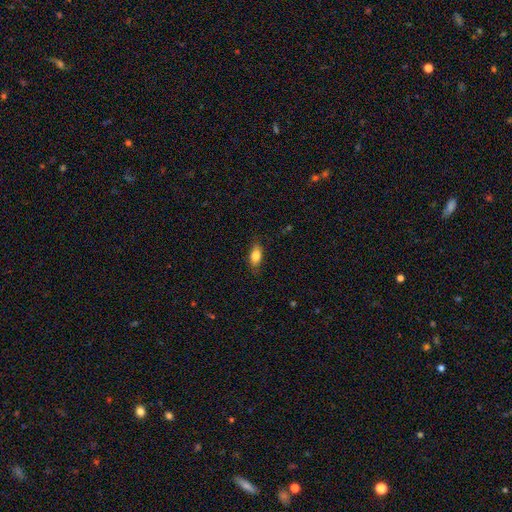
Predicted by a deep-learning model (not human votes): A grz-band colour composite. It shows a smooth galaxy with no disk features (82%) that is in between round and cigar-shaped (84%). Merging: none (81%).